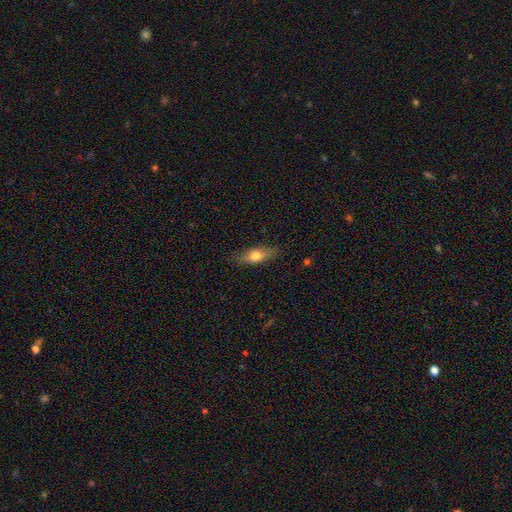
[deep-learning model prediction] Smooth or featured? smooth (64%)
How rounded? in between (60%)
Merging? none (84%)